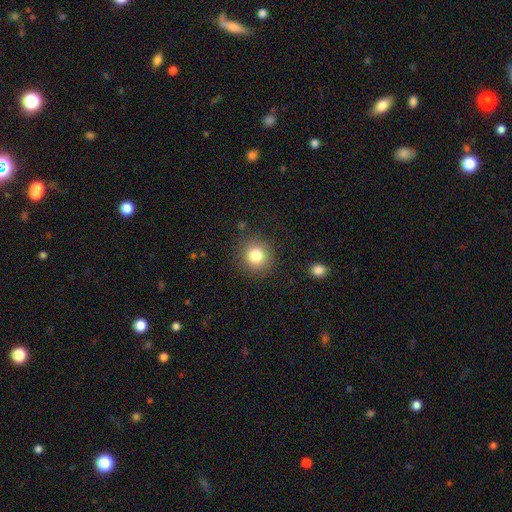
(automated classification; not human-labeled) smooth-or-featured: smooth: 81% | star or artifact: 11% | featured or disk: 8%
  how-rounded: round: 91% | in between: 8% | cigar-shaped: 1%
  merging: none: 87% | minor disturbance: 8% | major disturbance: 3% | merger: 2%